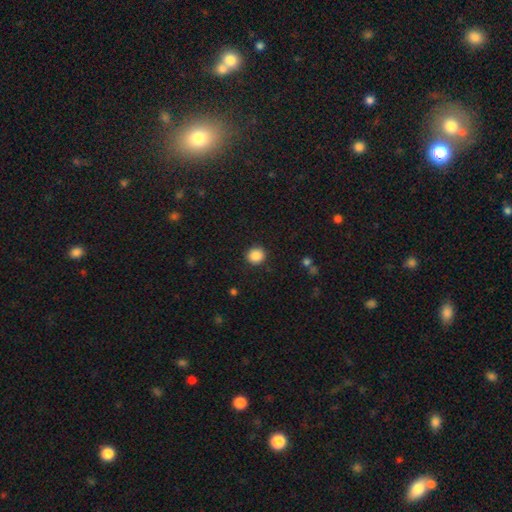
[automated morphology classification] Smooth or featured: smooth — 87% (star or artifact — 9%)
How rounded: round — 90% (in between — 9%)
Merging: none — 91% (minor disturbance — 6%)